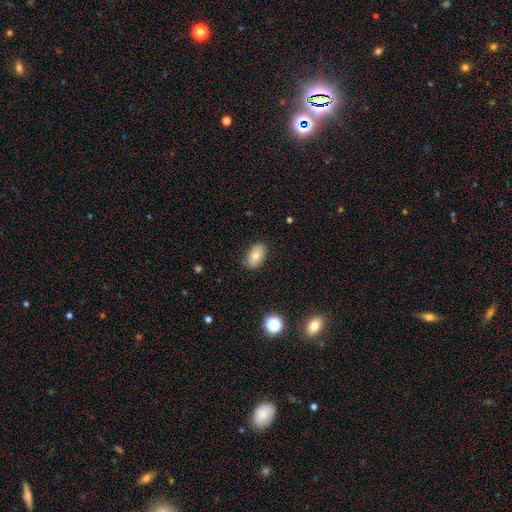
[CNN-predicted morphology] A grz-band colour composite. It shows a smooth galaxy with no disk features (78%) that is in between round and cigar-shaped (90%). Merging: none (83%).